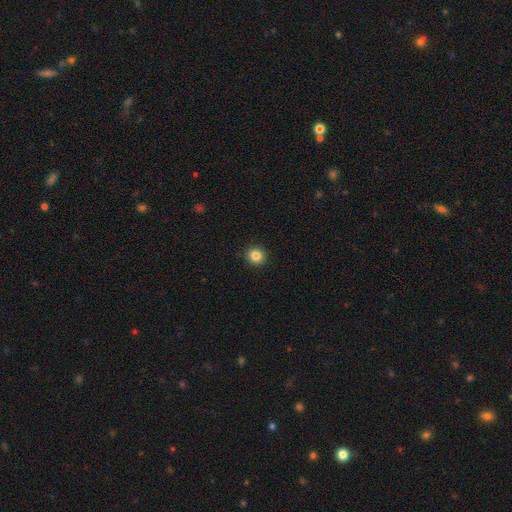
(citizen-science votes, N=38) smooth 87%, star or artifact 8%, featured or disk 5%. Down the decision tree: how rounded — round (94%); merging — none (97%).